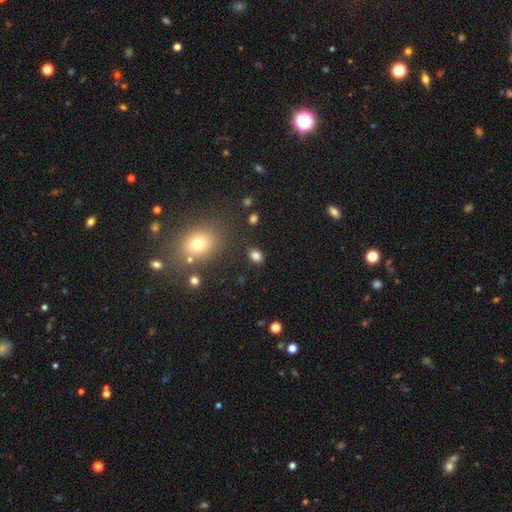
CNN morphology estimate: This appears to be a smooth galaxy with no disk features (82%) that is in between round and cigar-shaped (70%). Merging: none (83%).